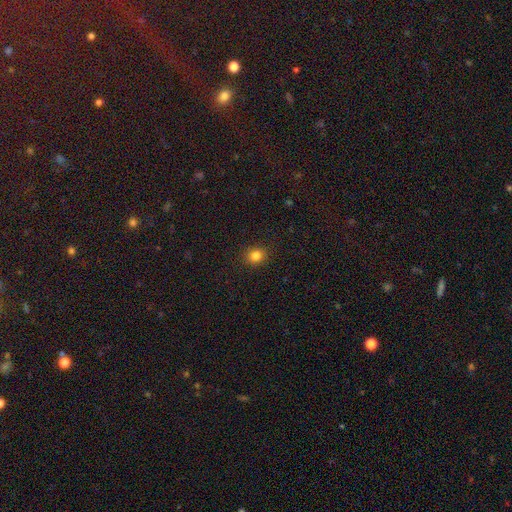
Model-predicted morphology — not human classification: A smooth galaxy with no disk features (82%) that is round (77%).

Vote fractions:
- Smooth or featured? smooth: 82% / star or artifact: 13% / featured or disk: 5%
- How rounded? round: 77% / in between: 22% / cigar-shaped: 1%
- Merging? none: 90% / minor disturbance: 7% / major disturbance: 2% / merger: 1%